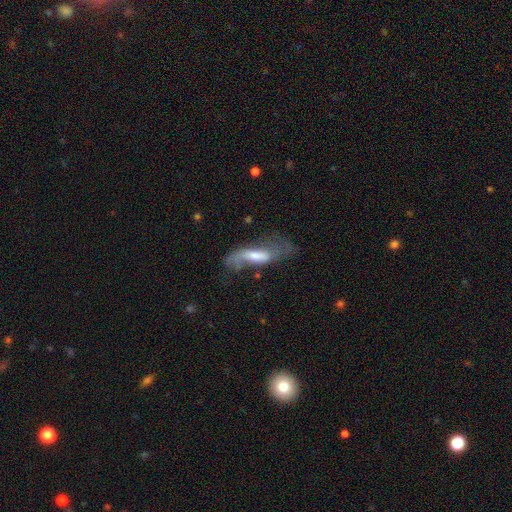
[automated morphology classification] The model was most divided on "merging": none: 46%, minor disturbance: 26%, major disturbance: 24%, merger: 4%. More confident: edge-on disk — no (73%); smooth or featured — featured or disk (62%).